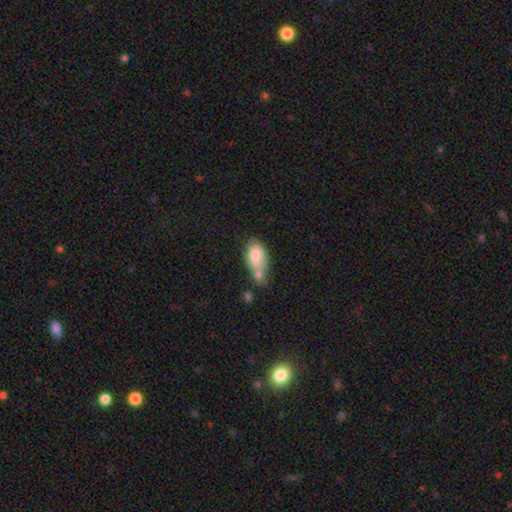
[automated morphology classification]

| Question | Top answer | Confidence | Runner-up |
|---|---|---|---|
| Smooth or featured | smooth | 78% | featured or disk (15%) |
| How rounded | in between | 90% | round (7%) |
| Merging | merger | 45% | none (28%) |